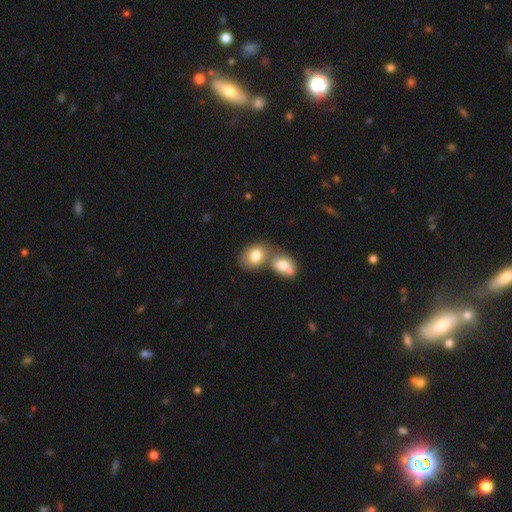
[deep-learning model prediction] Smooth or featured? smooth (79%)
How rounded? in between (69%)
Merging? merger (55%)